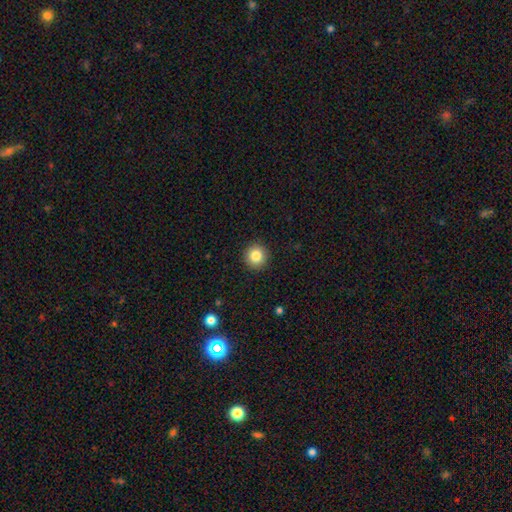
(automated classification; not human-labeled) Smooth or featured? Predicted: smooth (p=0.84). How rounded? Predicted: round (p=0.94). Merging? Predicted: none (p=0.92).